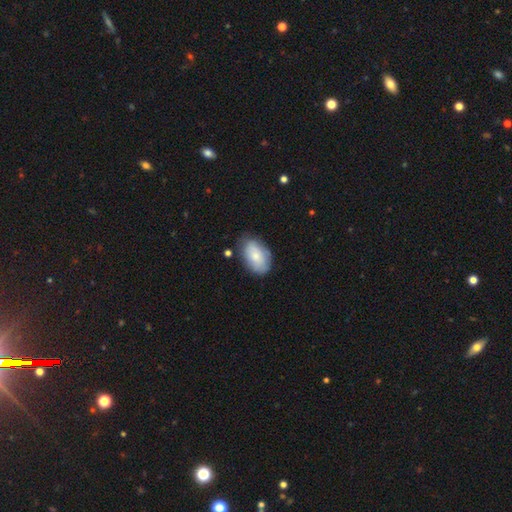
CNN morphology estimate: smooth 73%, featured or disk 20%, star or artifact 6%. Down the decision tree: how rounded — in between (90%); merging — none (69%).